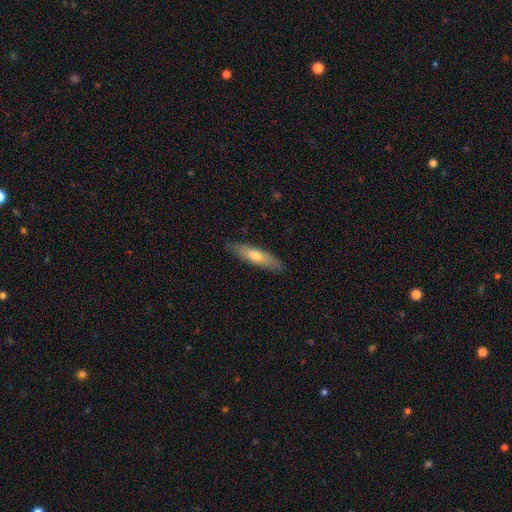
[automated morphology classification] smooth 64%, featured or disk 31%, star or artifact 6%. Down the decision tree: how rounded — cigar-shaped (71%); merging — none (86%).